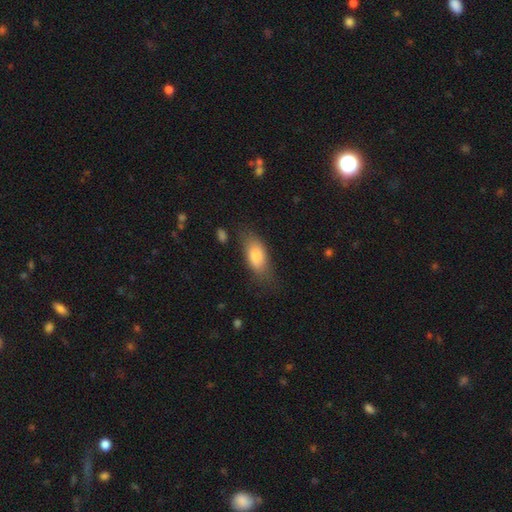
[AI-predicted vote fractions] The model was most divided on "merging": none: 66%, minor disturbance: 23%, major disturbance: 9%, merger: 2%. More confident: how rounded — in between (84%); smooth or featured — smooth (79%).